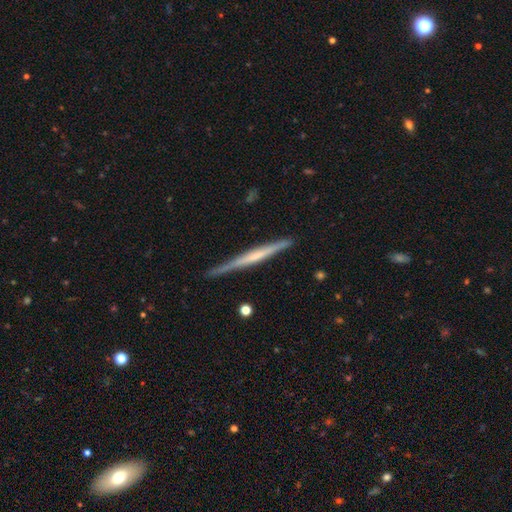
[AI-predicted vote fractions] This is likely a featured or disk galaxy (66%). It is clearly viewed edge-on (98%). Edge-on bulge: possibly none (60%). Merging: clearly none (85%).